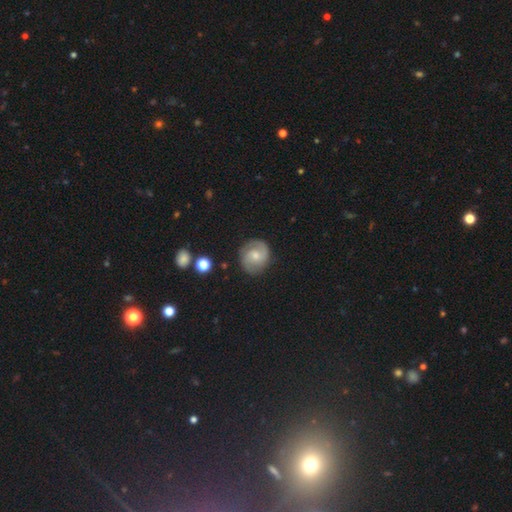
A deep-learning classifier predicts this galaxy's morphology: This is likely a featured or disk galaxy (70%). It is clearly not viewed edge-on (98%). Bar: possibly no (54%). Spiral arm pattern: clearly yes (93%). Spiral arm count: clearly 2 (84%). Spiral winding: possibly medium (48%). Central bulge: possibly small (47%). Merging: clearly none (82%).